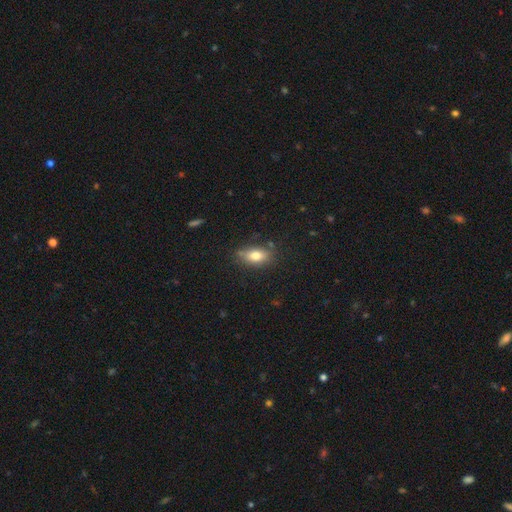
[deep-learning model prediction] Overall: smooth (77%). How rounded: in between (84%). Merging: none (78%).